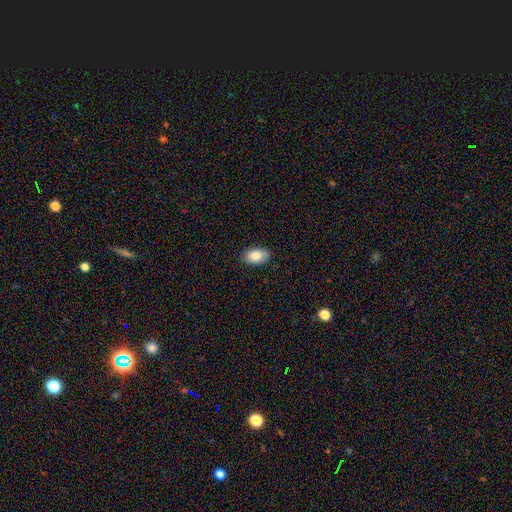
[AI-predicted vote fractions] A smooth galaxy with no disk features (85%) that is in between round and cigar-shaped (92%).

Vote fractions:
- Smooth or featured? smooth: 85% / featured or disk: 8% / star or artifact: 7%
- How rounded? in between: 92% / round: 6% / cigar-shaped: 2%
- Merging? none: 87% / minor disturbance: 10% / major disturbance: 2% / merger: 1%